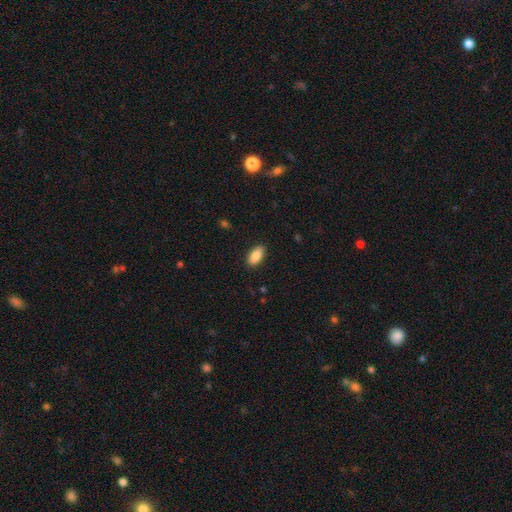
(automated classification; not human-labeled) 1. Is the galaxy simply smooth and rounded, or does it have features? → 87% smooth, 7% featured or disk, 7% star or artifact.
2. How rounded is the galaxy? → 91% in between, 6% cigar-shaped, 3% round.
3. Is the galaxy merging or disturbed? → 89% none, 8% minor disturbance, 2% major disturbance, 1% merger.